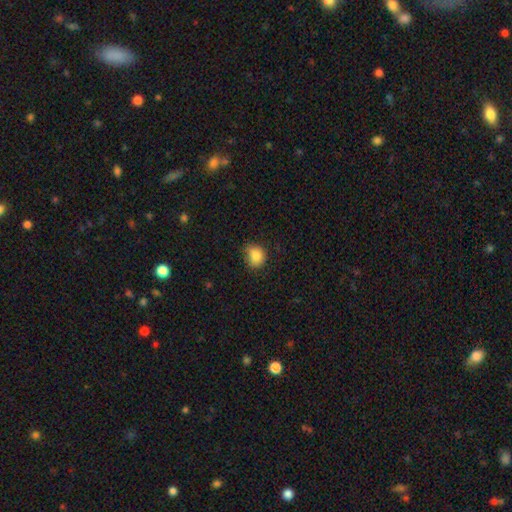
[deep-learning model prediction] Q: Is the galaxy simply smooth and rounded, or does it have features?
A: smooth — 86%.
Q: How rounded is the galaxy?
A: round — 66%.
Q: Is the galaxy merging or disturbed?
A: none — 67%.